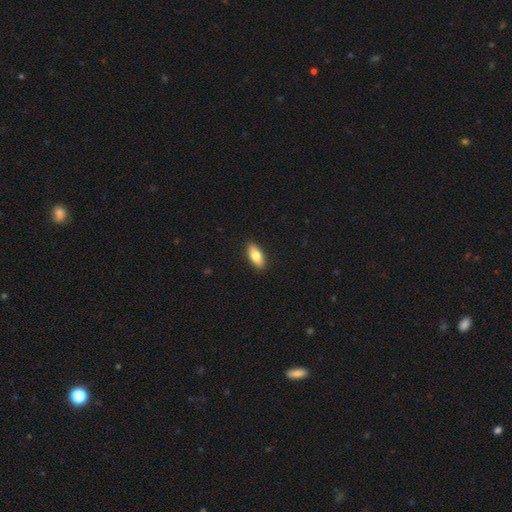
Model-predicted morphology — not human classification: A smooth galaxy with no disk features (79%) that is in between round and cigar-shaped (84%). Merging: none (90%).